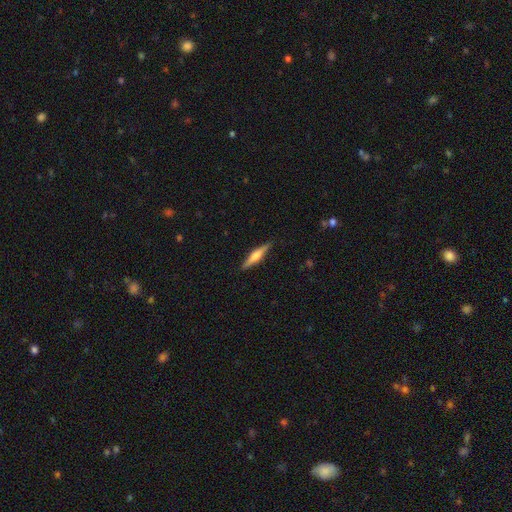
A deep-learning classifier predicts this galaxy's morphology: Smooth or featured: featured or disk — 53% (smooth — 41%)
Edge-on disk: yes — 97% (no — 3%)
Edge-on bulge: rounded — 76% (boxy — 15%)
Merging: none — 89% (minor disturbance — 8%)